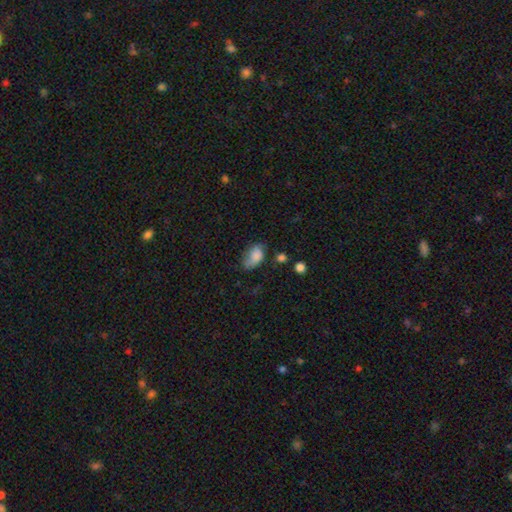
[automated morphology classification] smooth_or_featured: smooth (p=0.76) [alt: featured or disk p=0.15]
how_rounded: in between (p=0.89) [alt: round p=0.09]
merging: none (p=0.47) [alt: minor disturbance p=0.34]